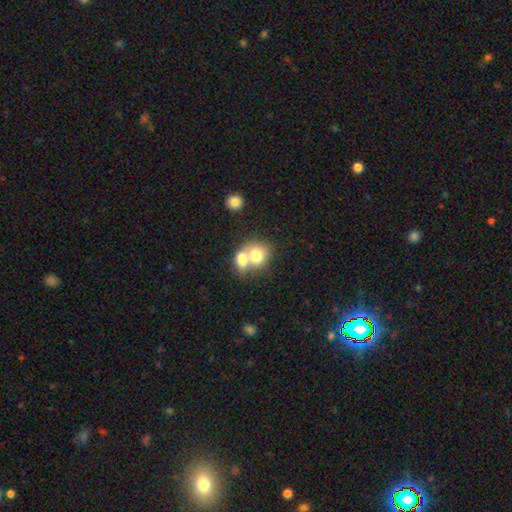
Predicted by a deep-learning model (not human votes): Q: Smooth or featured?
A: smooth (73%); runner-up: featured or disk (18%)
Q: How rounded?
A: round (61%); runner-up: in between (38%)
Q: Merging?
A: merger (69%); runner-up: none (22%)